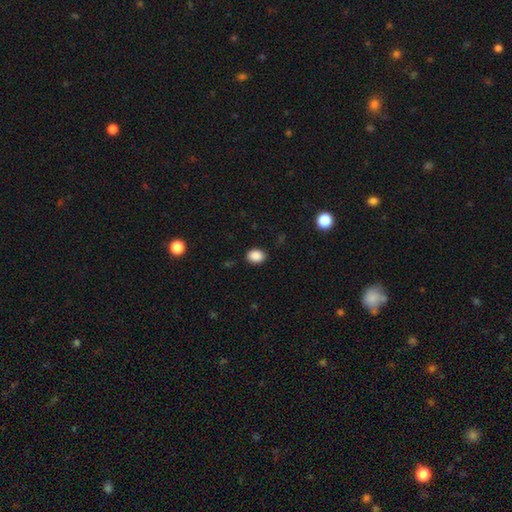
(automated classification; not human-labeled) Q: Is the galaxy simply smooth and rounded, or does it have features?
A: smooth — 89%.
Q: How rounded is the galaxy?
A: in between — 62%.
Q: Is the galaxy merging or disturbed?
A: none — 87%.